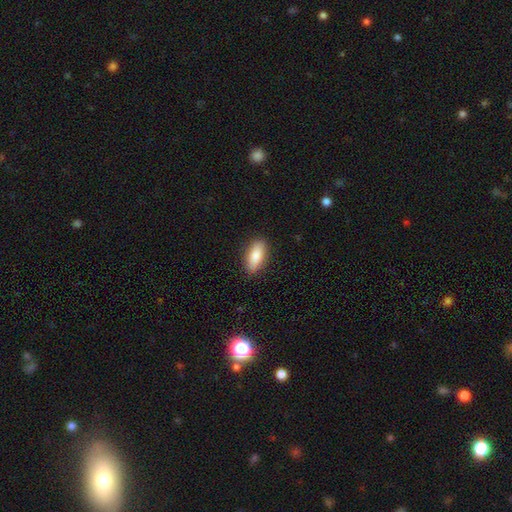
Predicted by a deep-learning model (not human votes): smooth_or_featured: smooth (p=0.84) [alt: featured or disk p=0.10]
how_rounded: in between (p=0.82) [alt: cigar-shaped p=0.15]
merging: none (p=0.88) [alt: minor disturbance p=0.09]